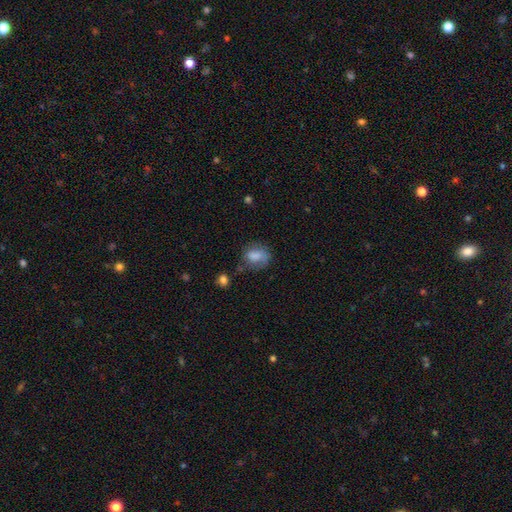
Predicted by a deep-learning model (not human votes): A smooth galaxy with no disk features (76%) that is in between round and cigar-shaped (60%).

Vote fractions:
- Smooth or featured? smooth: 76% / featured or disk: 15% / star or artifact: 9%
- How rounded? in between: 60% / round: 38% / cigar-shaped: 2%
- Merging? none: 52% / minor disturbance: 28% / major disturbance: 15% / merger: 5%